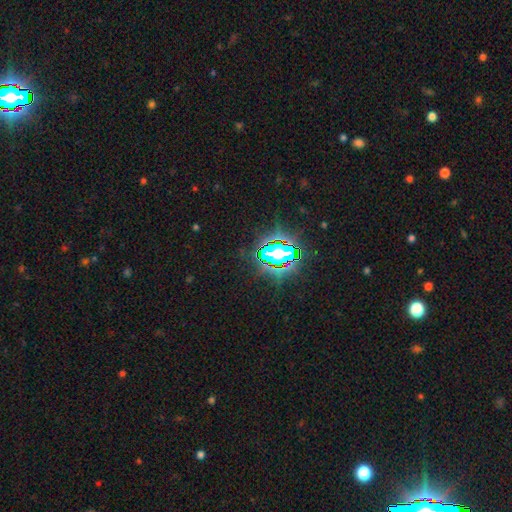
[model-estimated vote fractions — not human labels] star or artifact 79%, smooth 12%, featured or disk 9%.